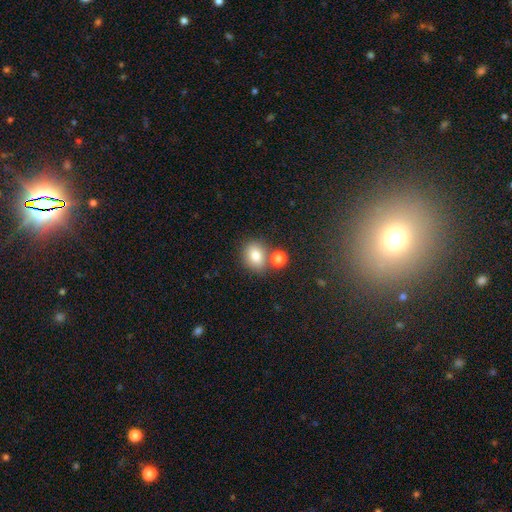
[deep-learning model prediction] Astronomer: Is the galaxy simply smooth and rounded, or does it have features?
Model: smooth — 80%.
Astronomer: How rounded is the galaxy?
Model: round — 53% (runner-up: in between, 46%).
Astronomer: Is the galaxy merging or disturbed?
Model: none — 63%.